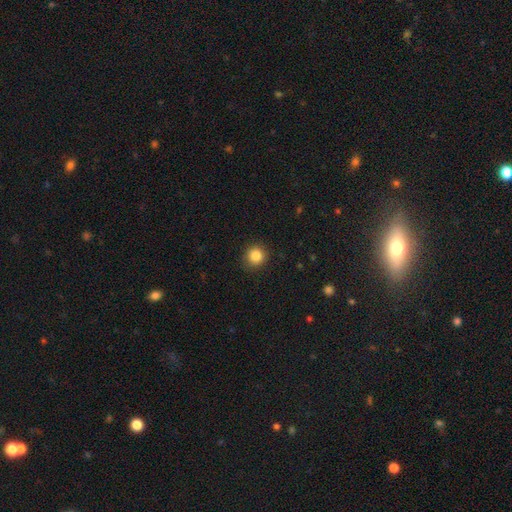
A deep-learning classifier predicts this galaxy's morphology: Smooth or featured: smooth — 86% (star or artifact — 10%)
How rounded: round — 93% (in between — 6%)
Merging: none — 90% (minor disturbance — 7%)